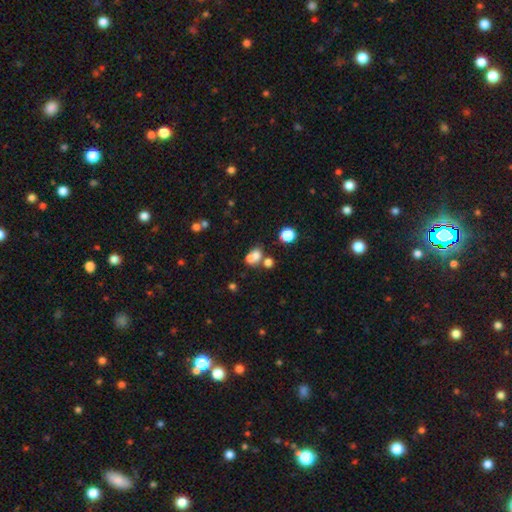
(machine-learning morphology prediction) Smooth or featured: smooth — 68% (featured or disk — 16%)
How rounded: round — 51% (in between — 47%)
Merging: merger — 56% (none — 29%)